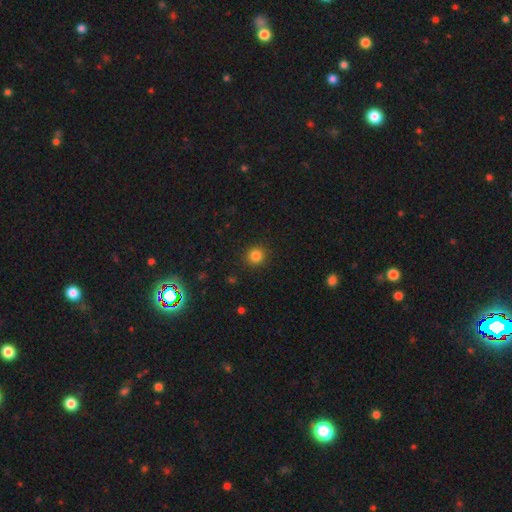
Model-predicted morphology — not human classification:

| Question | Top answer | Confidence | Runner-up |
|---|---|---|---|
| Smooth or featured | smooth | 83% | star or artifact (12%) |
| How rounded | round | 91% | in between (8%) |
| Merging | none | 91% | minor disturbance (6%) |